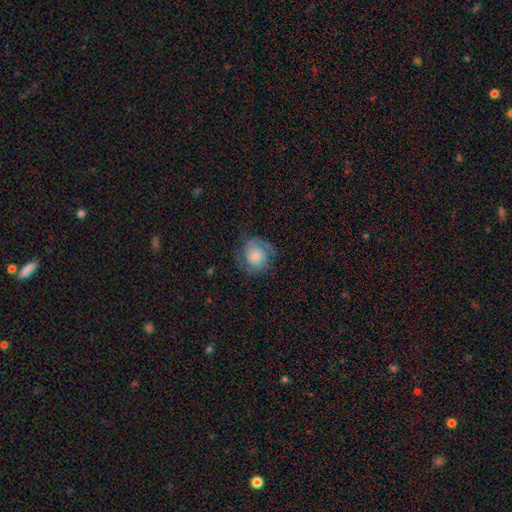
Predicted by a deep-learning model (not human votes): Smooth or featured? featured or disk (67%)
Edge-on disk? no (98%)
Bar? no (78%)
Spiral arms? yes (92%)
Spiral winding? tight (46%)
Spiral arm count? 2 (69%)
Bulge size? small (32%)
Merging? none (70%)